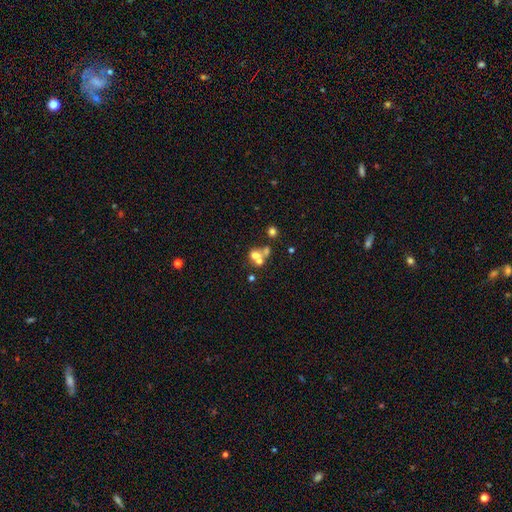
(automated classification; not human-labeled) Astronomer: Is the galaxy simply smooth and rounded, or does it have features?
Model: smooth — 58%.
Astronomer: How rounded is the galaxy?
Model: round — 75%.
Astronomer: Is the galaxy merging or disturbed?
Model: merger — 56% (runner-up: none, 33%).